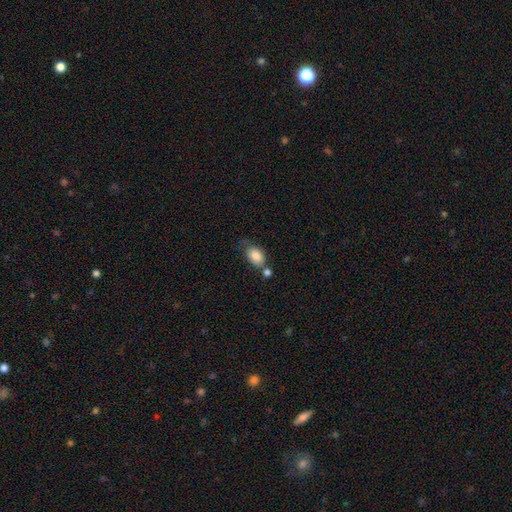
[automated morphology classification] Smooth or featured: smooth — 83% (featured or disk — 9%)
How rounded: in between — 87% (round — 12%)
Merging: none — 41% (merger — 24%)